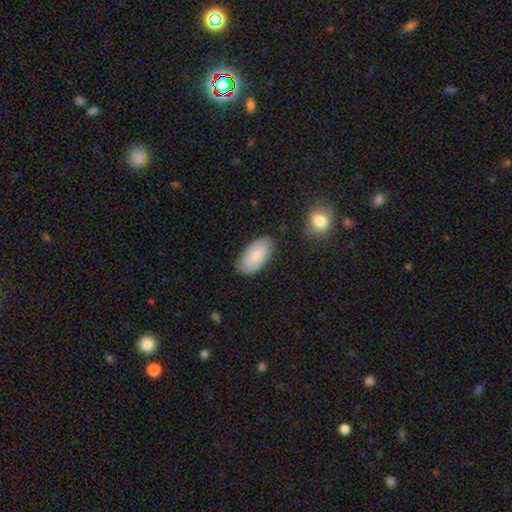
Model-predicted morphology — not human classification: Overall: smooth (68%). How rounded: in between (95%). Merging: none (79%).